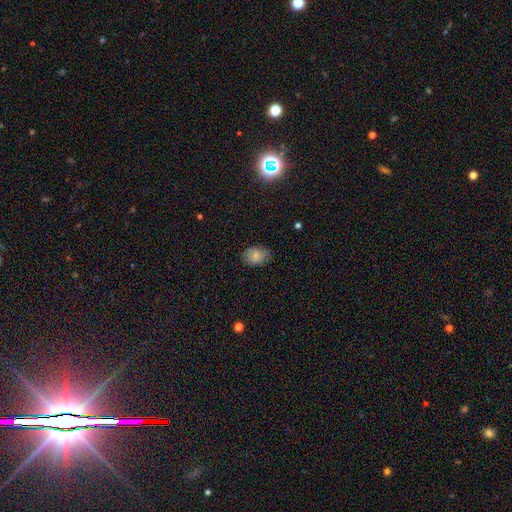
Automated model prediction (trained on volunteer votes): This is likely a smooth galaxy (80%). How rounded: likely in between (73%). Merging: likely none (77%).